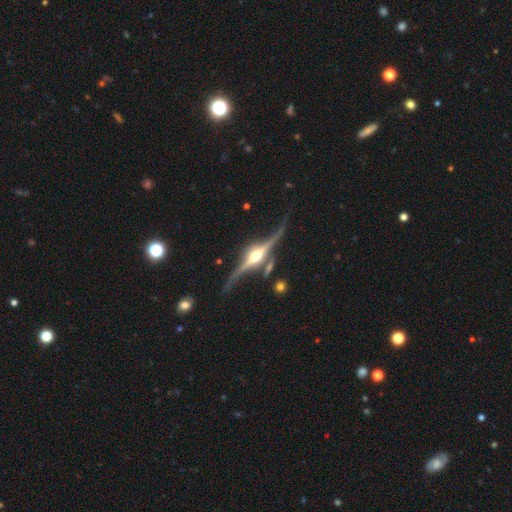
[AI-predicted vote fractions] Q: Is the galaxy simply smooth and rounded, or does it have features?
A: featured or disk — 90%.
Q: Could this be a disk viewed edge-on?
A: yes — 97%.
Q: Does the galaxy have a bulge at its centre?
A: rounded — 94%.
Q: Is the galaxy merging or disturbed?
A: none — 75%.